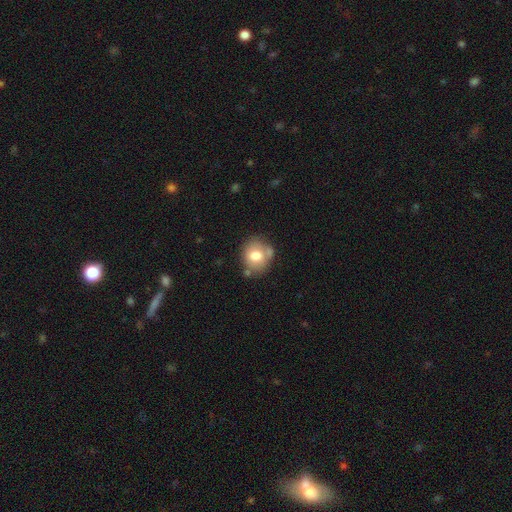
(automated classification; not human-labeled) Smooth or featured? Predicted: smooth (p=0.74). How rounded? Predicted: round (p=0.73). Merging? Predicted: none (p=0.63).